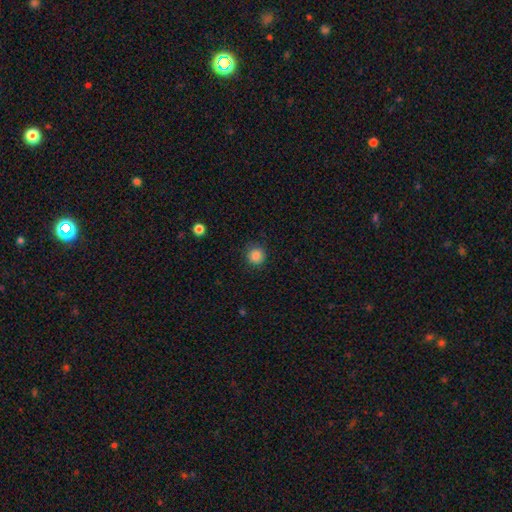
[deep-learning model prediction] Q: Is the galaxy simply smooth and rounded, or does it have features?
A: smooth — 86%.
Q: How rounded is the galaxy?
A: round — 94%.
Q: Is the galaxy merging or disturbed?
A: none — 88%.